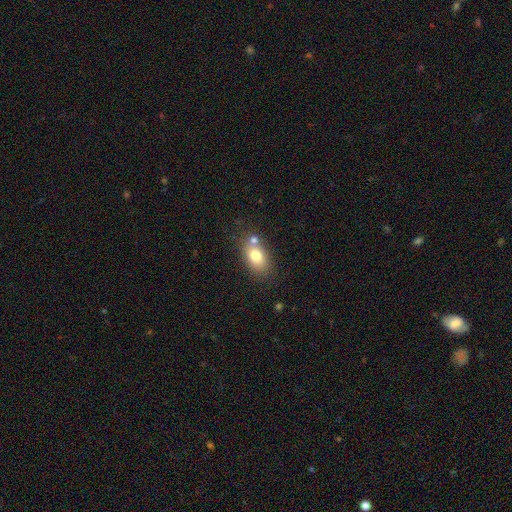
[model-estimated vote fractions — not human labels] Q: Smooth or featured?
A: smooth (75%); runner-up: featured or disk (15%)
Q: How rounded?
A: in between (81%); runner-up: round (17%)
Q: Merging?
A: none (59%); runner-up: merger (23%)